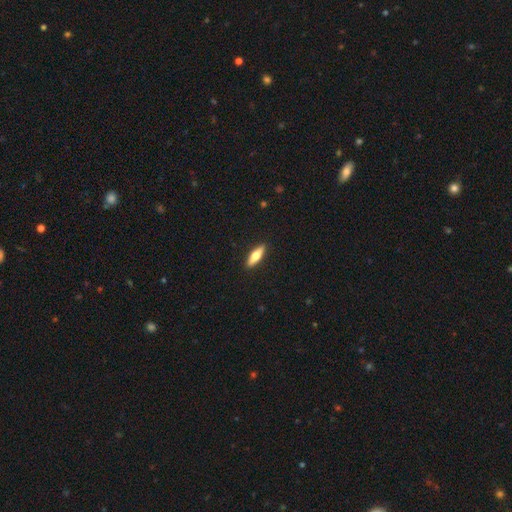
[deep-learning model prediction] Morphology: type=smooth (58%); roundness=cigar-shaped (61%); merging=none (91%).